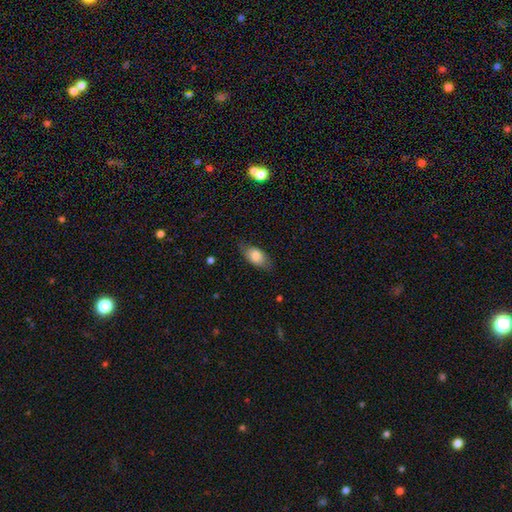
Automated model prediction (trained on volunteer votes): Smooth or featured? Predicted: smooth (p=0.77). How rounded? Predicted: in between (p=0.88). Merging? Predicted: none (p=0.71).